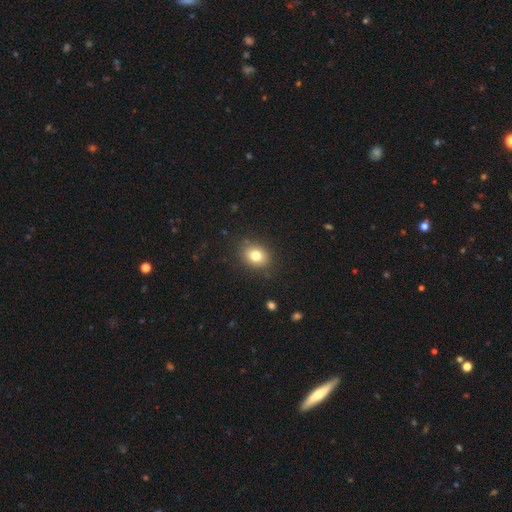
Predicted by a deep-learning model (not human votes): The model was most divided on "how rounded": round: 52%, in between: 47%, cigar-shaped: 1%. More confident: merging — none (86%); smooth or featured — smooth (79%).